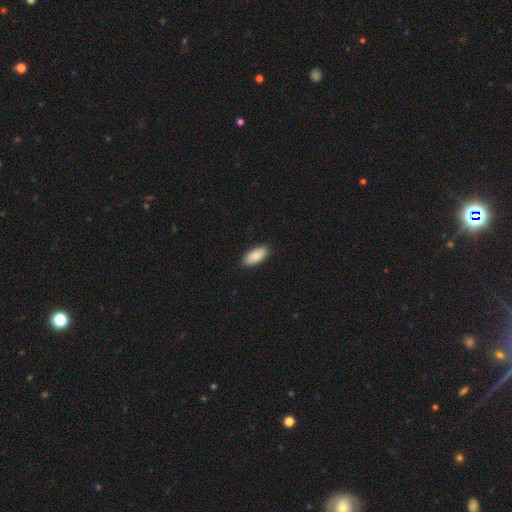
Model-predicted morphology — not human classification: Overall: smooth (89%). How rounded: in between (88%). Merging: none (89%).